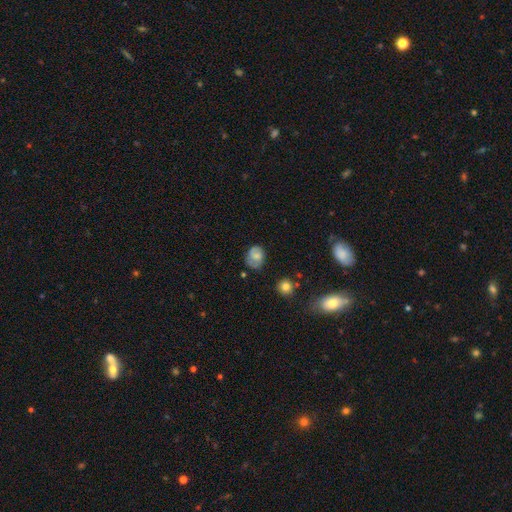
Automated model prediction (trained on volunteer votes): Smooth or featured? Predicted: smooth (p=0.56). How rounded? Predicted: in between (p=0.50). Merging? Predicted: none (p=0.61).